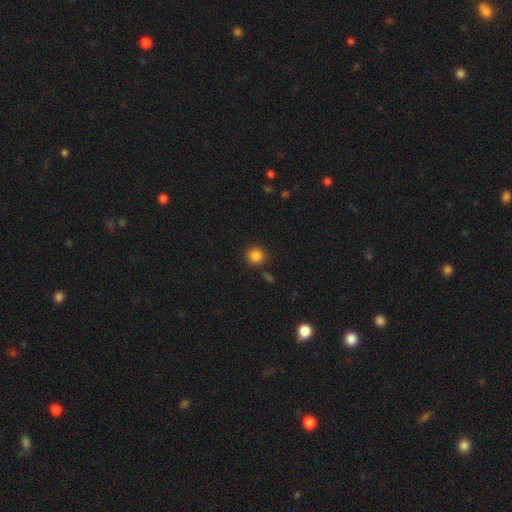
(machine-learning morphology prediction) A smooth galaxy with no disk features (85%) that is round (92%). Merging: none (87%).